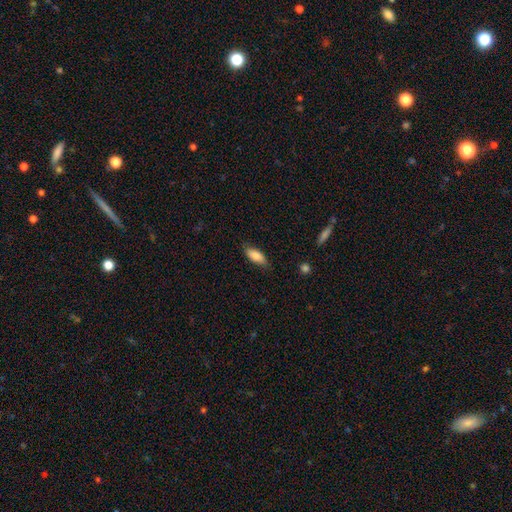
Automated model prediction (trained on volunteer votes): Smooth or featured?
  - smooth: 83% *
  - featured or disk: 11%
  - star or artifact: 7%
How rounded?
  - in between: 80% *
  - cigar-shaped: 17%
  - round: 2%
Merging?
  - none: 79% *
  - minor disturbance: 17%
  - major disturbance: 3%
  - merger: 1%